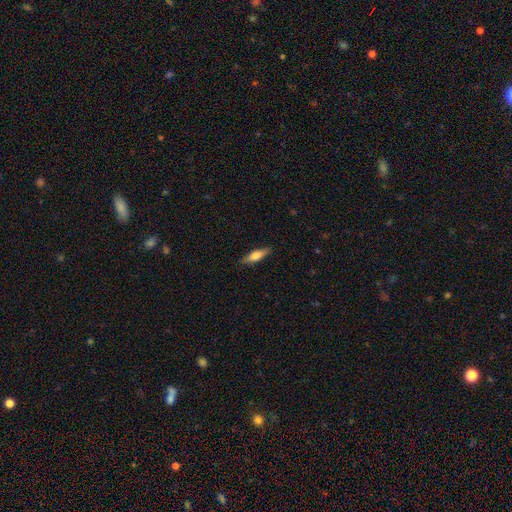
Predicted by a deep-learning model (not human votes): Smooth or featured? Predicted: smooth (p=0.68). How rounded? Predicted: cigar-shaped (p=0.57). Merging? Predicted: none (p=0.87).